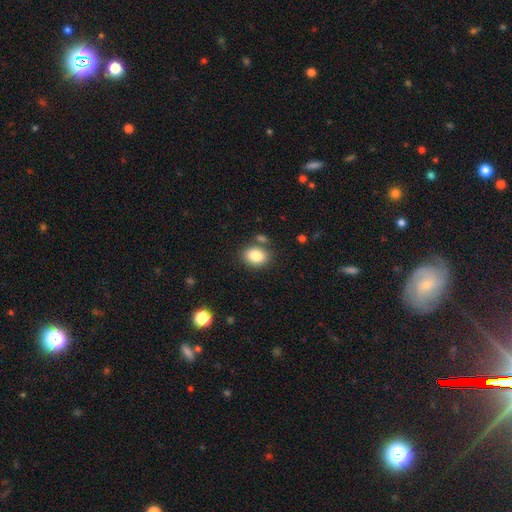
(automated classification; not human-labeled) Smooth or featured: smooth — 84% (star or artifact — 9%)
How rounded: in between — 61% (round — 38%)
Merging: none — 75% (minor disturbance — 12%)